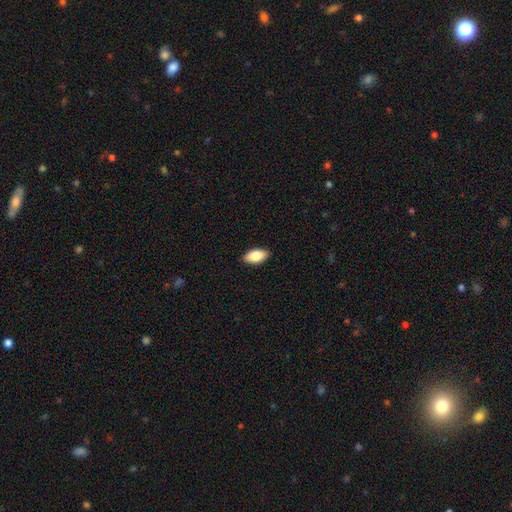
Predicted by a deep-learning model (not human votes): Smooth or featured? smooth (84%)
How rounded? in between (93%)
Merging? none (90%)